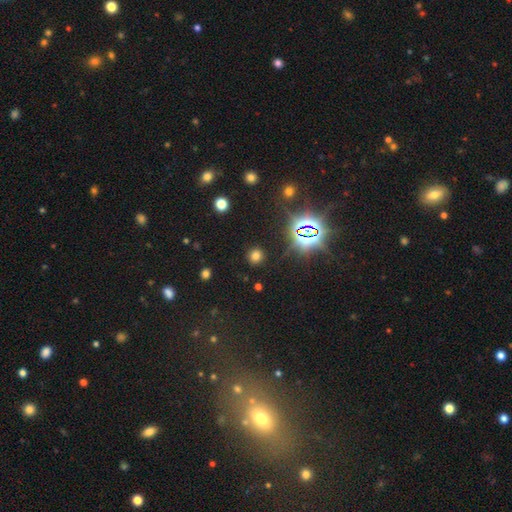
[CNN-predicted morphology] type=smooth (66%); roundness=round (90%); merging=none (89%).